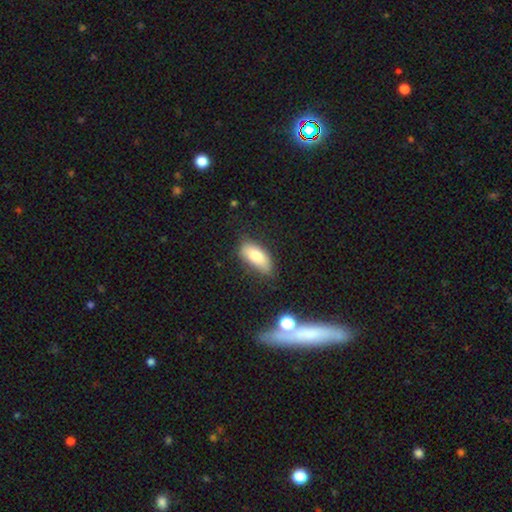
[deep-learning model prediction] Q: Smooth or featured?
A: smooth (76%); runner-up: featured or disk (16%)
Q: How rounded?
A: in between (86%); runner-up: cigar-shaped (11%)
Q: Merging?
A: none (69%); runner-up: minor disturbance (23%)